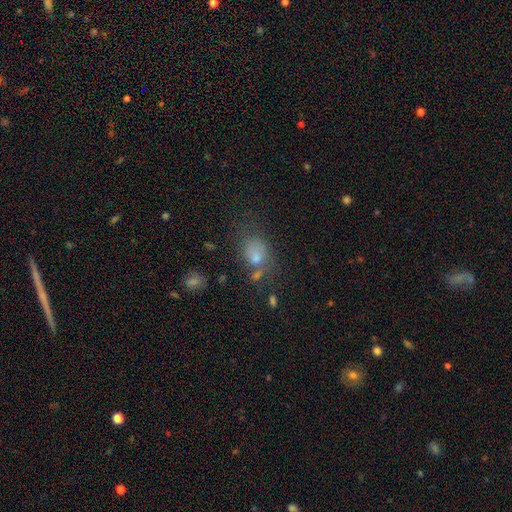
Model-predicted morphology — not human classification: smooth 67%, star or artifact 20%, featured or disk 13%. Down the decision tree: how rounded — in between (63%); merging — none (52%).